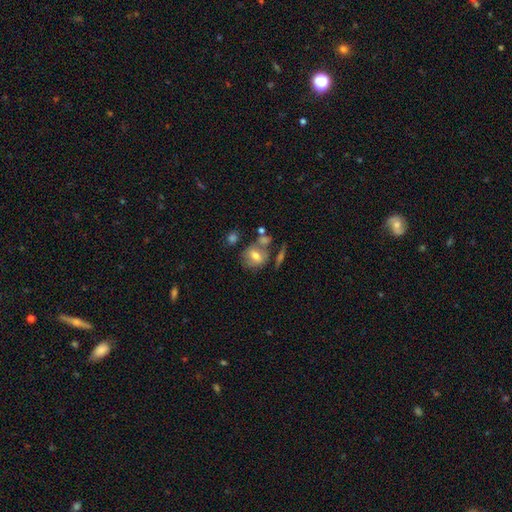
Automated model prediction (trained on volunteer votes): This is likely a smooth galaxy (62%). How rounded: possibly round (53%). Merging: possibly none (53%).